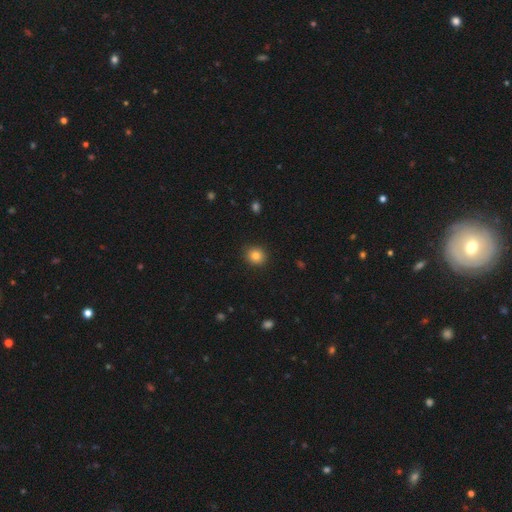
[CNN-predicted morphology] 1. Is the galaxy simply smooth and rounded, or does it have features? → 83% smooth, 11% star or artifact, 6% featured or disk.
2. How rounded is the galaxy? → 83% round, 16% in between, 1% cigar-shaped.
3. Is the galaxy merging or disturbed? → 91% none, 6% minor disturbance, 2% major disturbance, 1% merger.